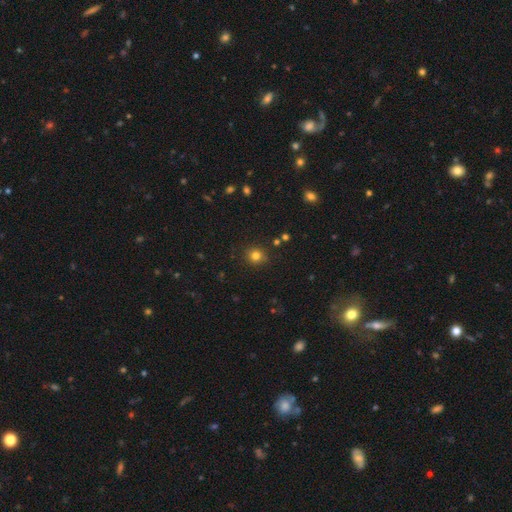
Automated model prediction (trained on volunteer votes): A smooth galaxy with no disk features (79%) that is round (90%).

Vote fractions:
- Smooth or featured? smooth: 79% / star or artifact: 15% / featured or disk: 6%
- How rounded? round: 90% / in between: 9% / cigar-shaped: 1%
- Merging? none: 89% / minor disturbance: 7% / major disturbance: 2% / merger: 2%